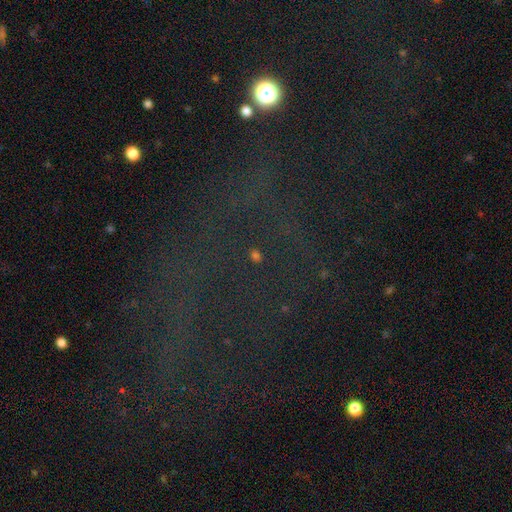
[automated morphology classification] star or artifact 63%, smooth 27%, featured or disk 10%.